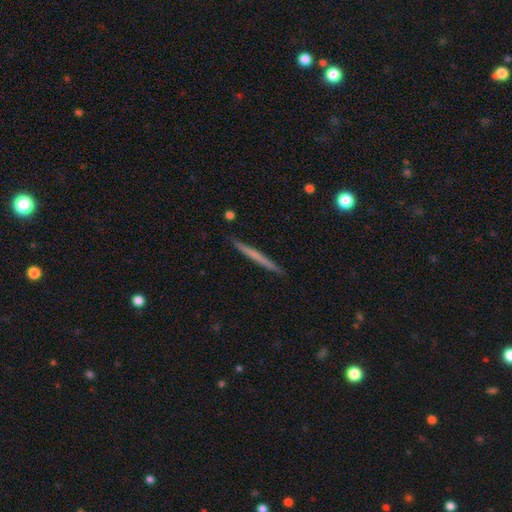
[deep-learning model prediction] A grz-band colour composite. It shows a smooth galaxy with no disk features (49%). Merging: none (92%).